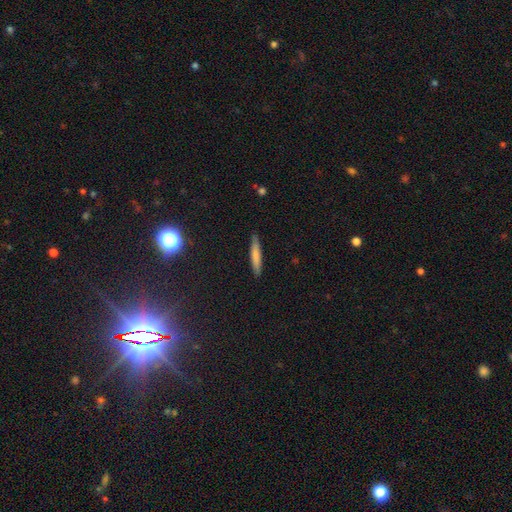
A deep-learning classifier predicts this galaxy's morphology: Smooth or featured? Predicted: smooth (p=0.72). How rounded? Predicted: cigar-shaped (p=0.93). Merging? Predicted: none (p=0.88).